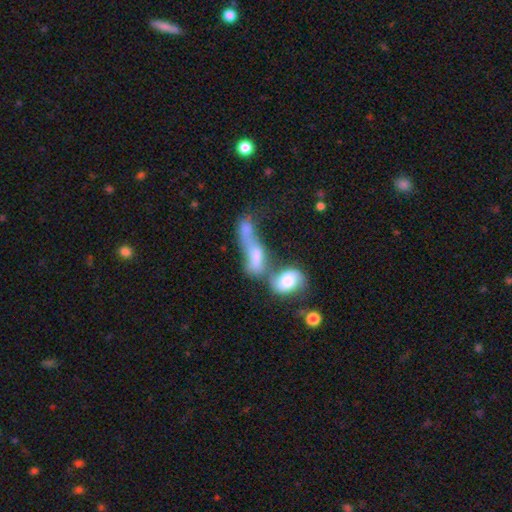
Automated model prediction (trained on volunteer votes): Smooth or featured: smooth — 46% (featured or disk — 42%)
Merging: merger — 65% (major disturbance — 14%)